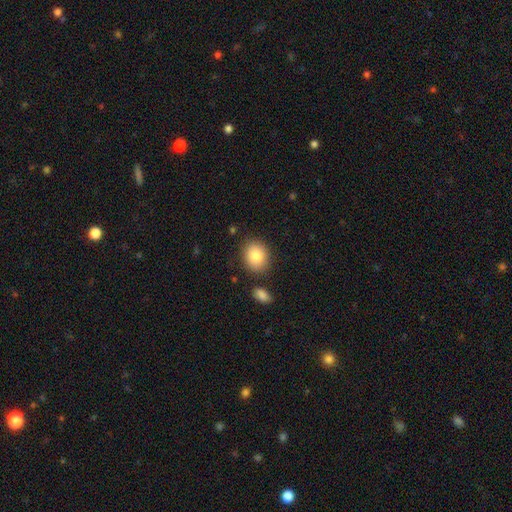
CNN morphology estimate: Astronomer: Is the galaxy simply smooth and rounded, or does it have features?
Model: smooth — 85%.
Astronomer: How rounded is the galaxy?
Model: in between — 57% (runner-up: round, 42%).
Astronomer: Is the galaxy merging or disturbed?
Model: none — 80%.